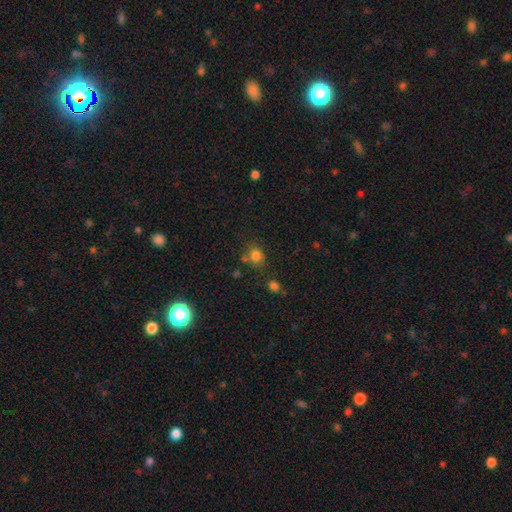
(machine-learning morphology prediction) Q: Smooth or featured?
A: smooth (77%); runner-up: star or artifact (16%)
Q: How rounded?
A: round (70%); runner-up: in between (29%)
Q: Merging?
A: none (62%); runner-up: merger (16%)